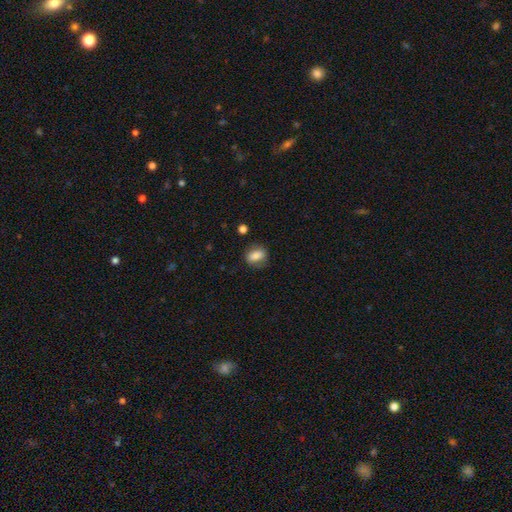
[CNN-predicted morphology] Overall: smooth (79%). How rounded: in between (69%). Merging: none (74%).